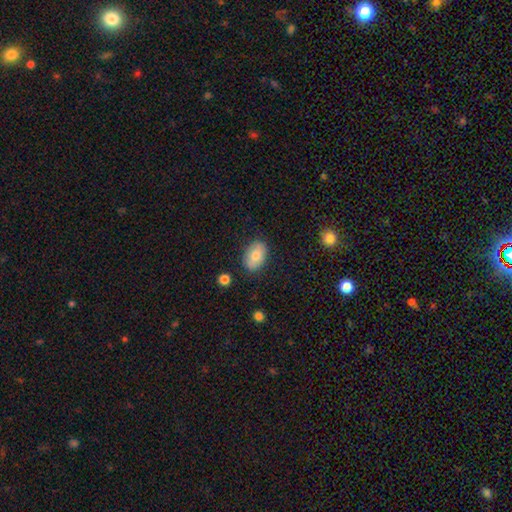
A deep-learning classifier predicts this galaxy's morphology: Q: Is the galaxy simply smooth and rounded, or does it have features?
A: smooth — 75%.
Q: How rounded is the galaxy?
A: in between — 88%.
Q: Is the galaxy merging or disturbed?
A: none — 83%.